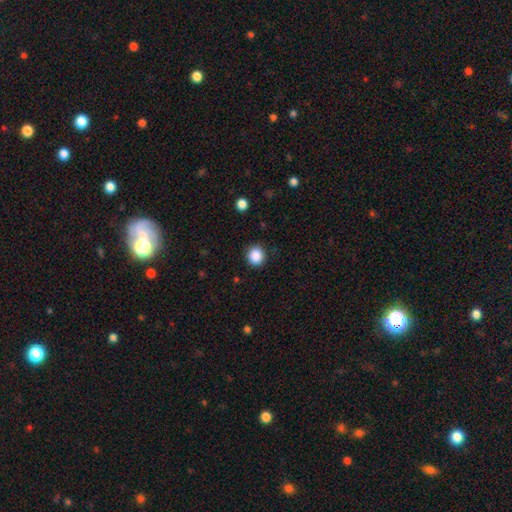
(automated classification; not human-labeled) Smooth or featured?
  - smooth: 88% *
  - star or artifact: 9%
  - featured or disk: 3%
How rounded?
  - round: 87% *
  - in between: 12%
  - cigar-shaped: 1%
Merging?
  - none: 89% *
  - minor disturbance: 7%
  - major disturbance: 2%
  - merger: 1%